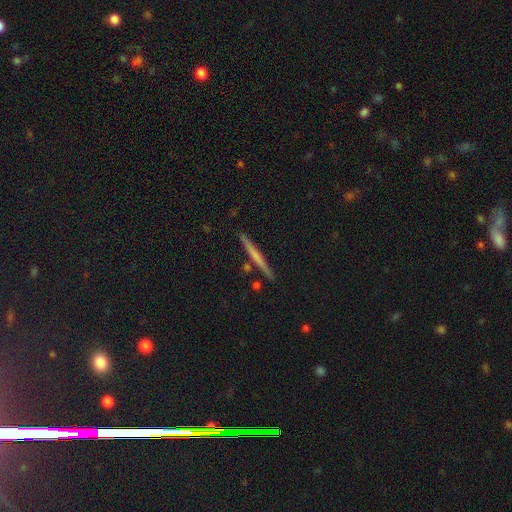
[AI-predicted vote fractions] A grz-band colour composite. It shows a smooth galaxy with no disk features (48%). Merging: none (88%).